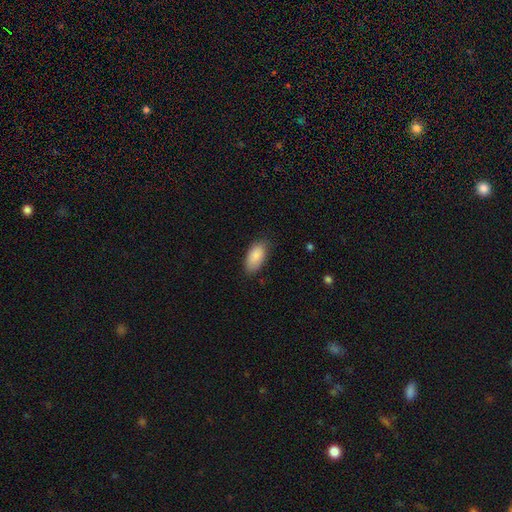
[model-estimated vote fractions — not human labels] This appears to be a smooth galaxy with no disk features (87%) that is in between round and cigar-shaped (94%). Merging: none (80%).